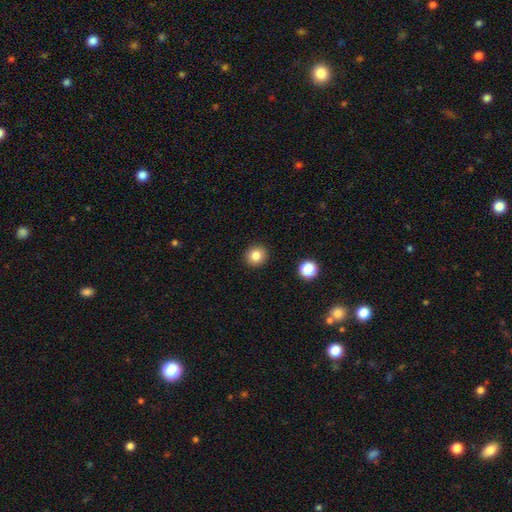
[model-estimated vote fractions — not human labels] Smooth or featured?
  - smooth: 83% *
  - star or artifact: 11%
  - featured or disk: 6%
How rounded?
  - round: 90% *
  - in between: 9%
  - cigar-shaped: 1%
Merging?
  - none: 92% *
  - minor disturbance: 5%
  - major disturbance: 2%
  - merger: 1%